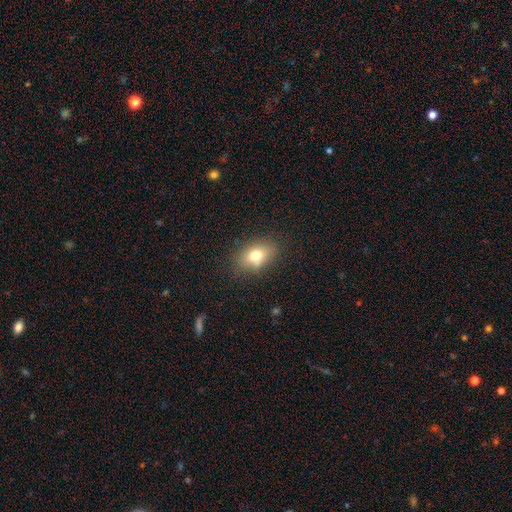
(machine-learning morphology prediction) smooth 74%, featured or disk 15%, star or artifact 11%. Down the decision tree: how rounded — in between (79%); merging — none (77%).